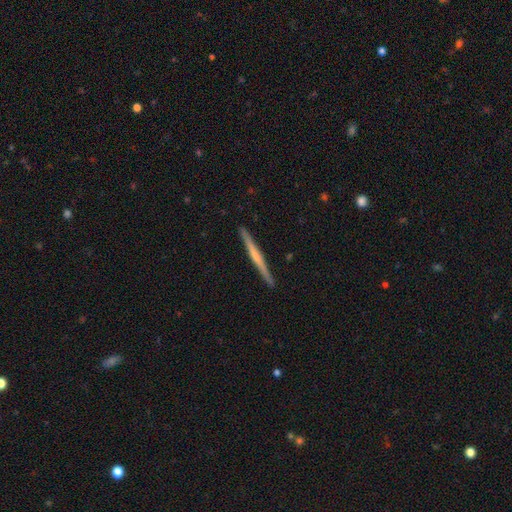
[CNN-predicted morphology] This is likely a featured or disk galaxy (60%). It is clearly viewed edge-on (98%). Edge-on bulge: possibly none (54%). Merging: clearly none (92%).